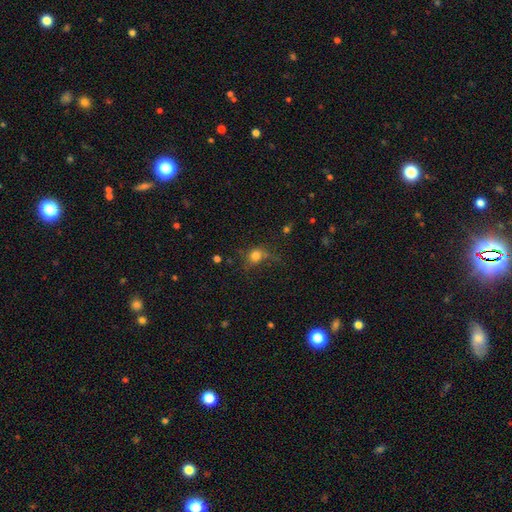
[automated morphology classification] A smooth galaxy with no disk features (74%) that is round (70%).

Vote fractions:
- Smooth or featured? smooth: 74% / star or artifact: 15% / featured or disk: 11%
- How rounded? round: 70% / in between: 28% / cigar-shaped: 2%
- Merging? none: 50% / minor disturbance: 24% / major disturbance: 21% / merger: 5%